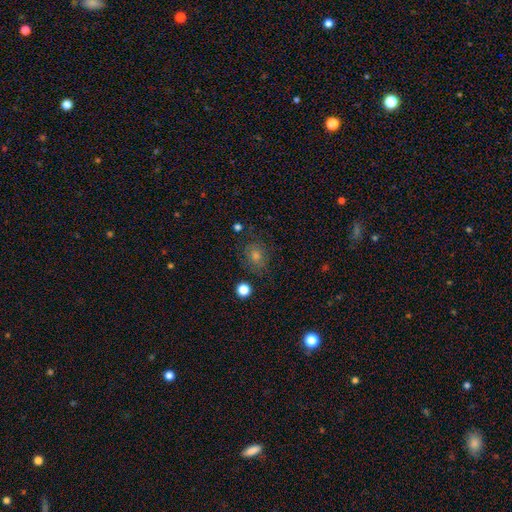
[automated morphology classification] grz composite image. It shows a smooth galaxy with no disk features (57%) that is round (64%). Merging: none (78%).